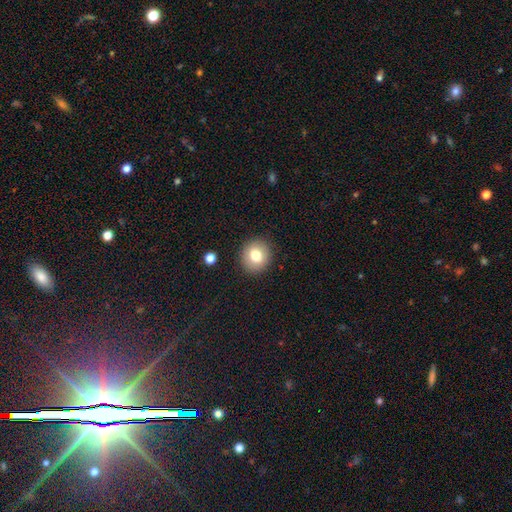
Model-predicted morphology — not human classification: This appears to be a smooth galaxy with no disk features (77%) that is round (85%). Merging: none (90%).